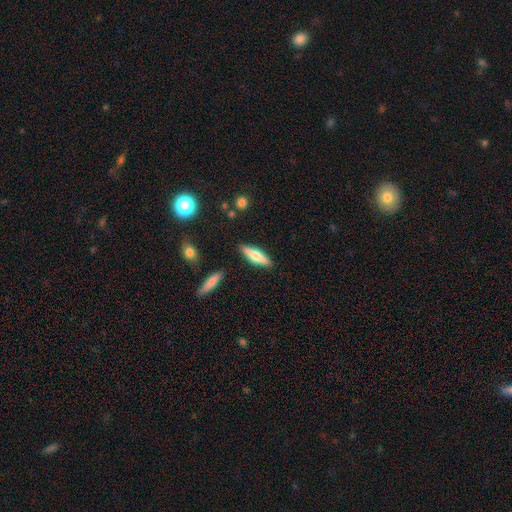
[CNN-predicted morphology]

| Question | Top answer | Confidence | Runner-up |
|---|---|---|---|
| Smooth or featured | smooth | 54% | featured or disk (39%) |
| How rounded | cigar-shaped | 66% | in between (32%) |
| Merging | none | 87% | minor disturbance (9%) |